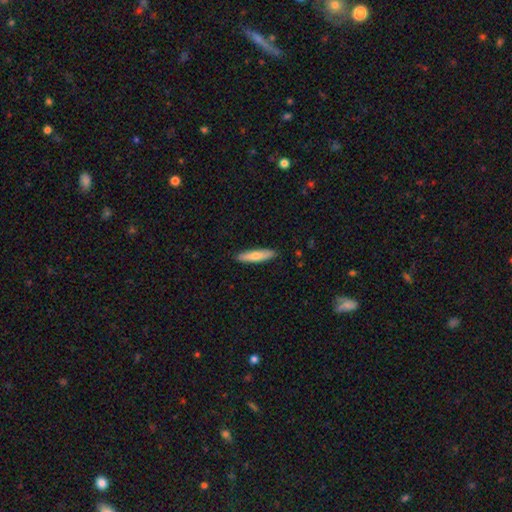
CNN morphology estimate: This appears to be a smooth galaxy with no disk features (68%) that is cigar-shaped (82%). Merging: none (91%).